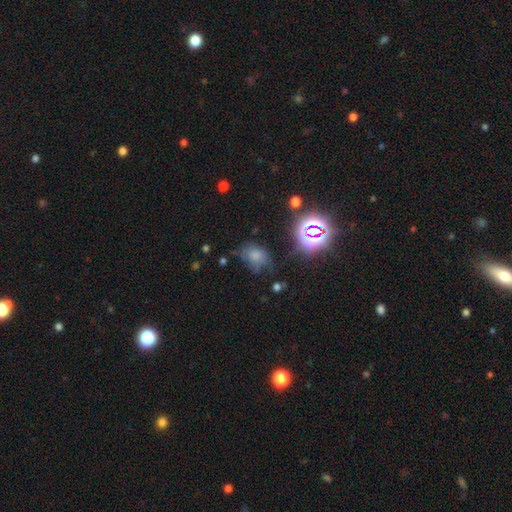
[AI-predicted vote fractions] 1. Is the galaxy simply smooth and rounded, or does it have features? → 63% smooth, 24% star or artifact, 13% featured or disk.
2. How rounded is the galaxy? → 60% in between, 38% round, 1% cigar-shaped.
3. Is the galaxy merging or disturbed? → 50% none, 29% minor disturbance, 17% major disturbance, 5% merger.